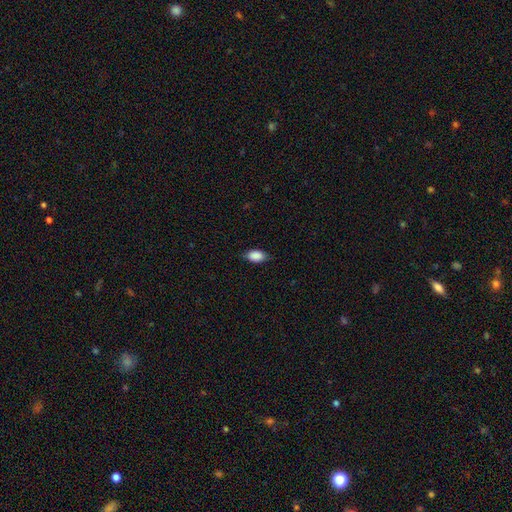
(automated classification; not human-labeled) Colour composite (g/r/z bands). It shows a smooth galaxy with no disk features (89%) that is in between round and cigar-shaped (91%). Merging: none (80%).